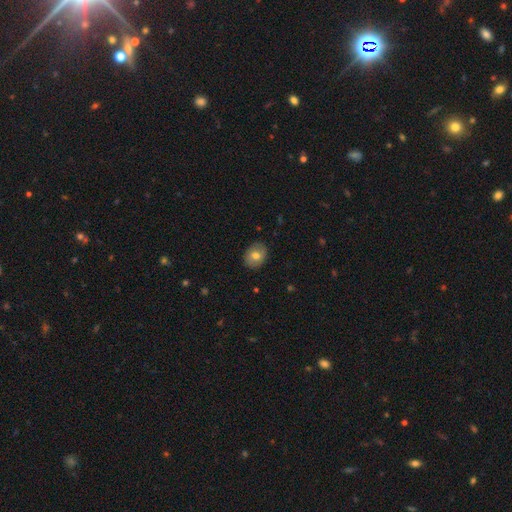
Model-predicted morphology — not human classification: Smooth or featured: smooth — 73% (featured or disk — 19%)
How rounded: in between — 55% (round — 44%)
Merging: none — 87% (minor disturbance — 10%)